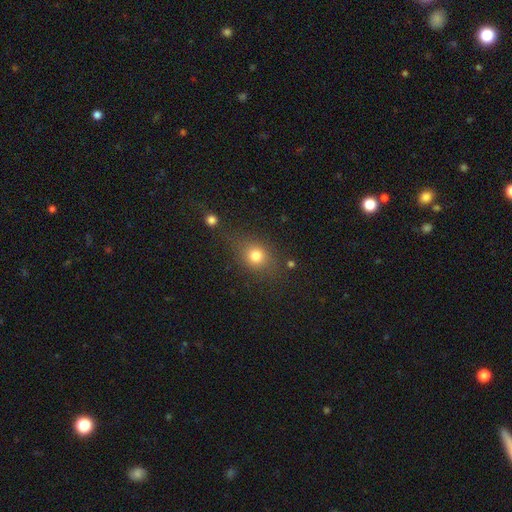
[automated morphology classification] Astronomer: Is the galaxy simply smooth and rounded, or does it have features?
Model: smooth — 76%.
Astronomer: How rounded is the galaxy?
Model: round — 61% (runner-up: in between, 37%).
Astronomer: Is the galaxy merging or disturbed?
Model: none — 71%.